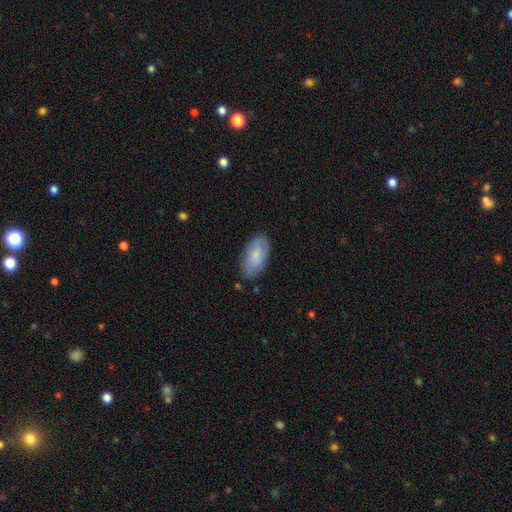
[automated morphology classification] A smooth galaxy with no disk features (75%) that is in between round and cigar-shaped (92%).

Vote fractions:
- Smooth or featured? smooth: 75% / featured or disk: 19% / star or artifact: 6%
- How rounded? in between: 92% / cigar-shaped: 5% / round: 2%
- Merging? none: 80% / minor disturbance: 15% / major disturbance: 3% / merger: 1%